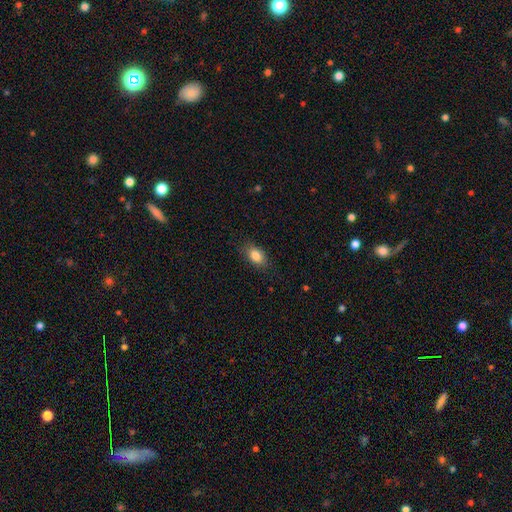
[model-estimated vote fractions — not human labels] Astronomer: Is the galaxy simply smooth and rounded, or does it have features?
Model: smooth — 84%.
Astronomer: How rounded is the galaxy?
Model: in between — 85%.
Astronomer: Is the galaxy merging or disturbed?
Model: none — 83%.